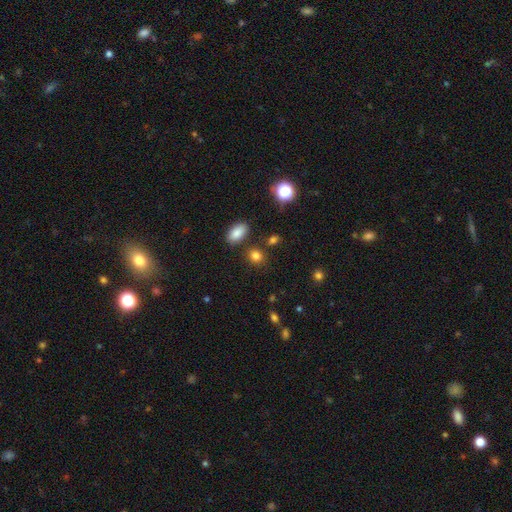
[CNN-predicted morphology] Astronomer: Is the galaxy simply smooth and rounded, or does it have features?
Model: smooth — 82%.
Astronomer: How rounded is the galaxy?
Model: round — 69%.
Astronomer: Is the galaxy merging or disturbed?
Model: none — 82%.